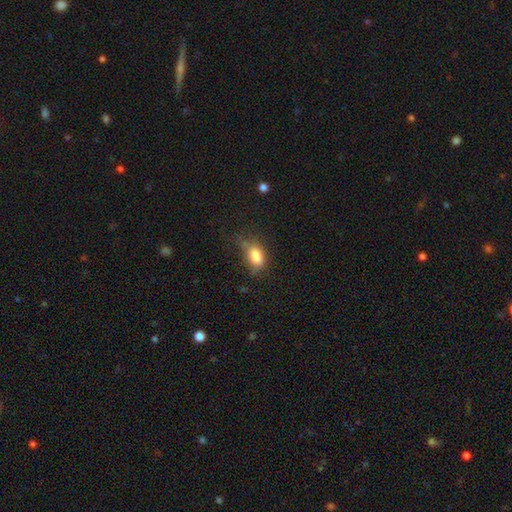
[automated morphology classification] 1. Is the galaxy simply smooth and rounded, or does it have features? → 81% smooth, 10% star or artifact, 9% featured or disk.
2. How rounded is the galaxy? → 87% in between, 9% round, 4% cigar-shaped.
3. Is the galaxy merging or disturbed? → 45% none, 32% minor disturbance, 17% major disturbance, 6% merger.